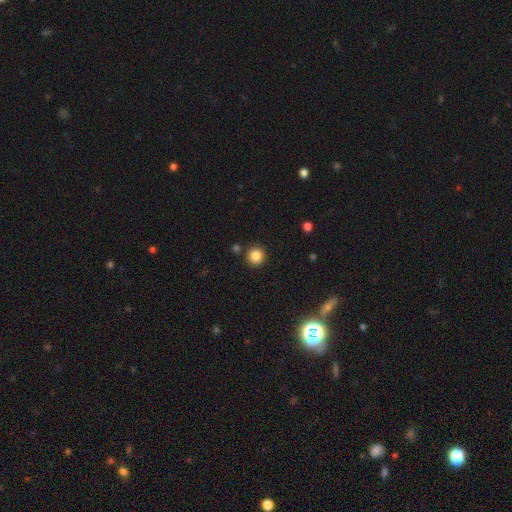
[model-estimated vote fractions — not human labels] The model was most divided on "smooth or featured": smooth: 85%, star or artifact: 11%, featured or disk: 4%. More confident: how rounded — round (94%); merging — none (89%).